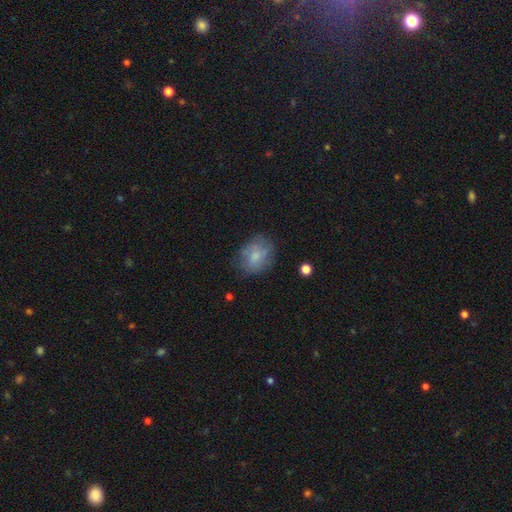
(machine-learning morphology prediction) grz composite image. It shows a smooth galaxy with no disk features (64%) that is in between round and cigar-shaped (56%). Merging: none (63%).